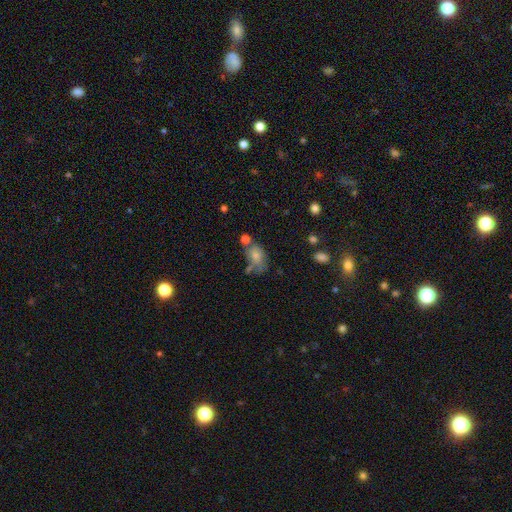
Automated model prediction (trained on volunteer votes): This appears to be a smooth galaxy with no disk features (71%) that is in between round and cigar-shaped (85%). Merging: none (38%).